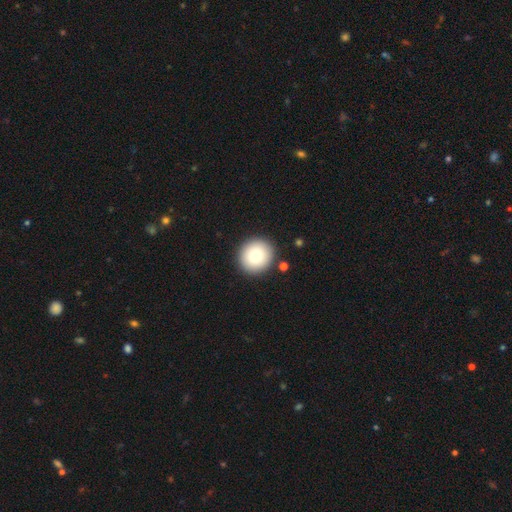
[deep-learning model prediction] smooth-or-featured: smooth: 78% | featured or disk: 13% | star or artifact: 9%
  how-rounded: round: 92% | in between: 7% | cigar-shaped: 1%
  merging: none: 89% | minor disturbance: 6% | merger: 3% | major disturbance: 2%